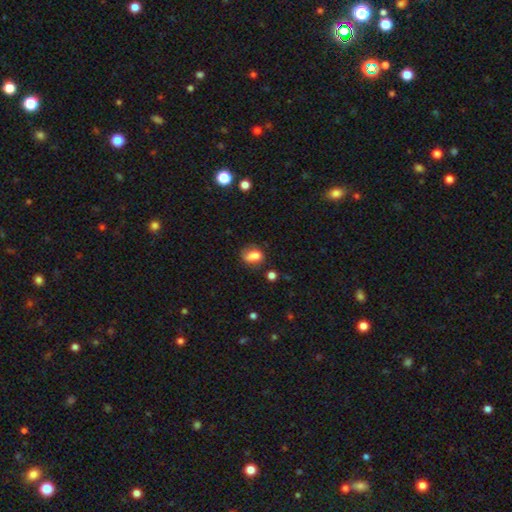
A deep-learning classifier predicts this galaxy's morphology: smooth-or-featured: smooth: 71% | featured or disk: 19% | star or artifact: 11%
  how-rounded: in between: 68% | round: 30% | cigar-shaped: 2%
  merging: none: 51% | minor disturbance: 28% | major disturbance: 15% | merger: 6%